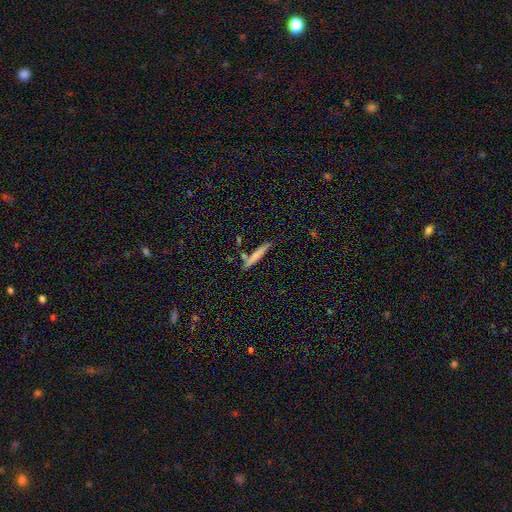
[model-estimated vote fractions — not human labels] Smooth or featured? smooth (71%)
How rounded? cigar-shaped (93%)
Merging? none (77%)